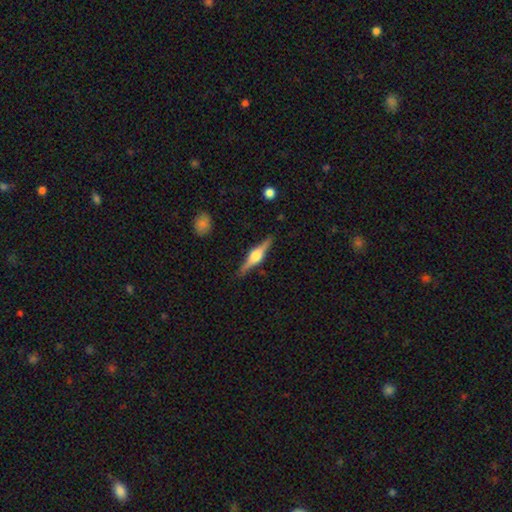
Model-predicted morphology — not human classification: A featured or disk galaxy (78%) viewed edge-on (98%) with a rounded central bulge (92%). Merging: none (89%).